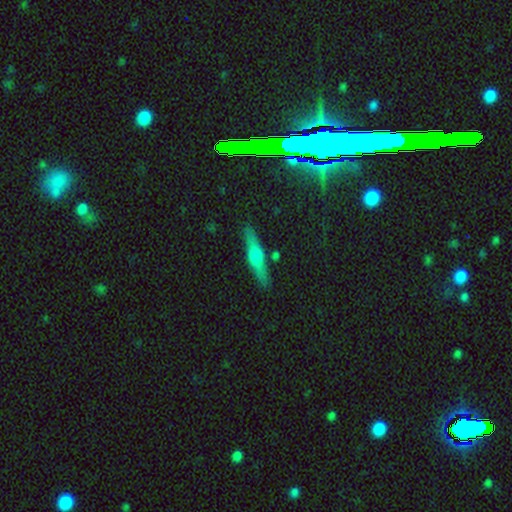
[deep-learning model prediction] featured or disk 52%, smooth 40%, star or artifact 8%. Down the decision tree: edge-on disk — yes (93%); merging — none (87%).